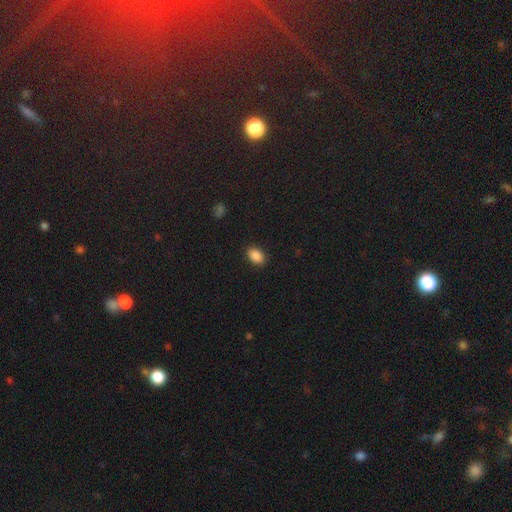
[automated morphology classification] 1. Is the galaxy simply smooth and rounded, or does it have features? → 89% smooth, 8% star or artifact, 3% featured or disk.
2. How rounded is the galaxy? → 83% in between, 16% round, 1% cigar-shaped.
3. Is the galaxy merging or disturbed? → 89% none, 8% minor disturbance, 2% major disturbance, 1% merger.